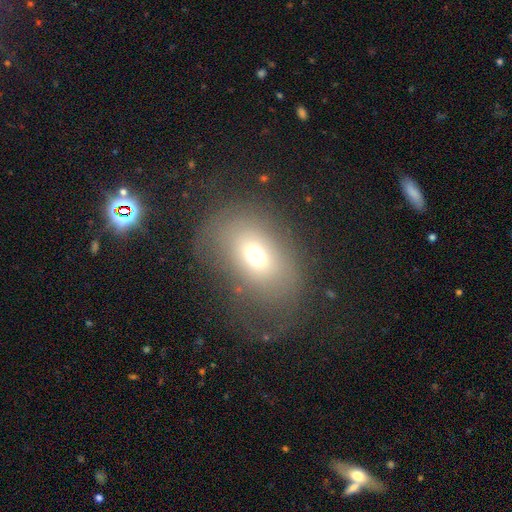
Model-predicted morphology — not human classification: type=smooth (61%); roundness=in between (75%); merging=none (54%).